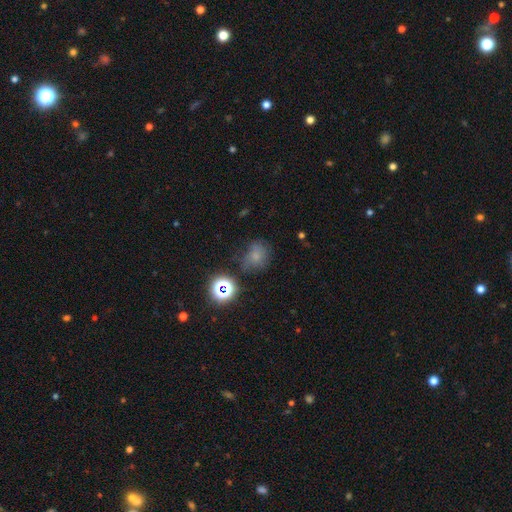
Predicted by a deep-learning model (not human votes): A smooth galaxy with no disk features (65%) that is round (63%).

Vote fractions:
- Smooth or featured? smooth: 65% / star or artifact: 23% / featured or disk: 13%
- How rounded? round: 63% / in between: 36% / cigar-shaped: 1%
- Merging? none: 55% / minor disturbance: 26% / major disturbance: 13% / merger: 6%